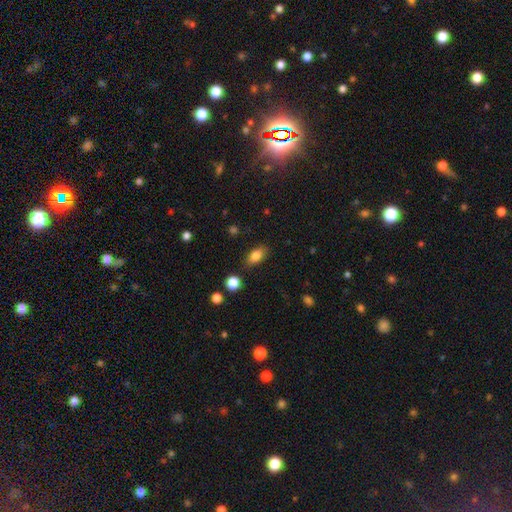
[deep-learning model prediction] Q: Smooth or featured?
A: smooth (84%); runner-up: star or artifact (9%)
Q: How rounded?
A: in between (87%); runner-up: round (9%)
Q: Merging?
A: none (82%); runner-up: minor disturbance (13%)